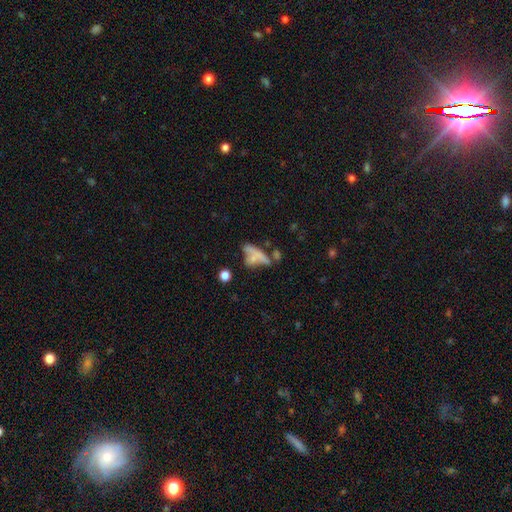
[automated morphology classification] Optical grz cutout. It shows a smooth galaxy with no disk features (57%) that is in between round and cigar-shaped (53%). Merging: merger (35%).